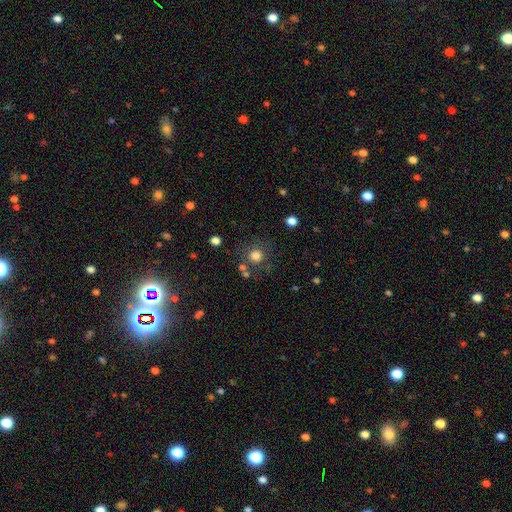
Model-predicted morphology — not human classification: Smooth or featured?
  - smooth: 79% *
  - star or artifact: 13%
  - featured or disk: 7%
How rounded?
  - round: 91% *
  - in between: 8%
  - cigar-shaped: 1%
Merging?
  - none: 77% *
  - minor disturbance: 10%
  - merger: 7%
  - major disturbance: 5%